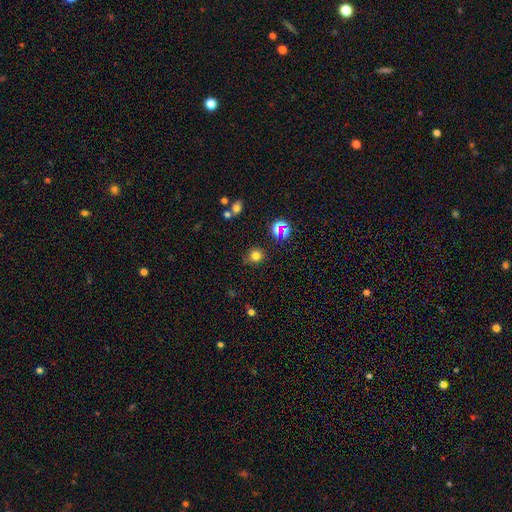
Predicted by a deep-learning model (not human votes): Overall: smooth (75%). How rounded: round (88%). Merging: none (81%).